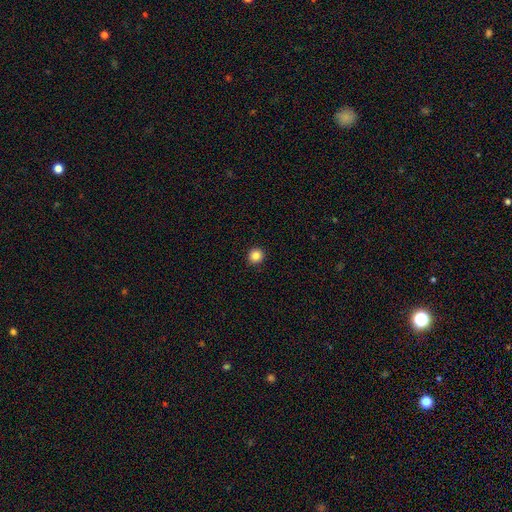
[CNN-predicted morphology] Q: Smooth or featured?
A: smooth (85%); runner-up: star or artifact (11%)
Q: How rounded?
A: round (93%); runner-up: in between (6%)
Q: Merging?
A: none (93%); runner-up: minor disturbance (5%)